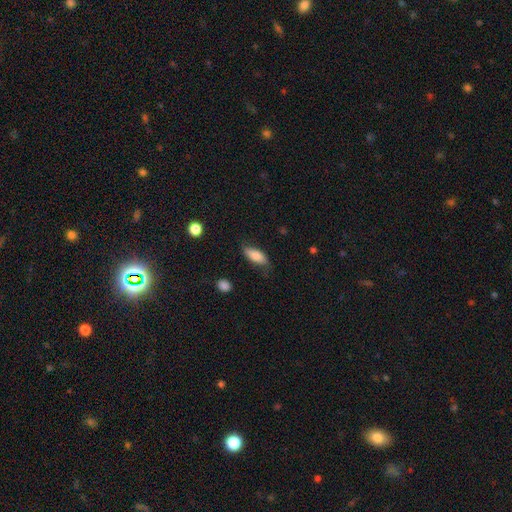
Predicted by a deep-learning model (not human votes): smooth 78%, featured or disk 15%, star or artifact 7%. Down the decision tree: how rounded — in between (80%); merging — none (70%).